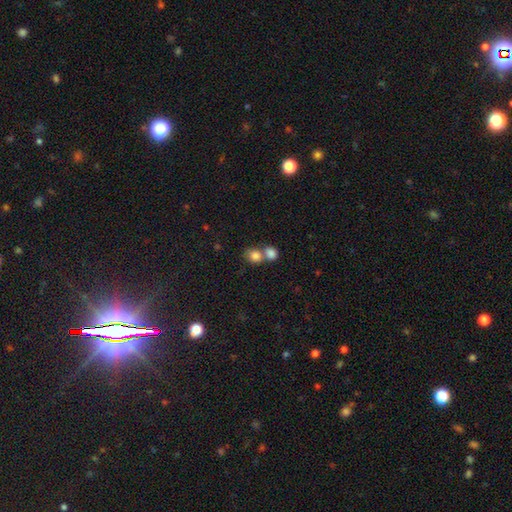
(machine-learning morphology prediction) type=smooth (82%); roundness=round (65%); merging=merger (56%).